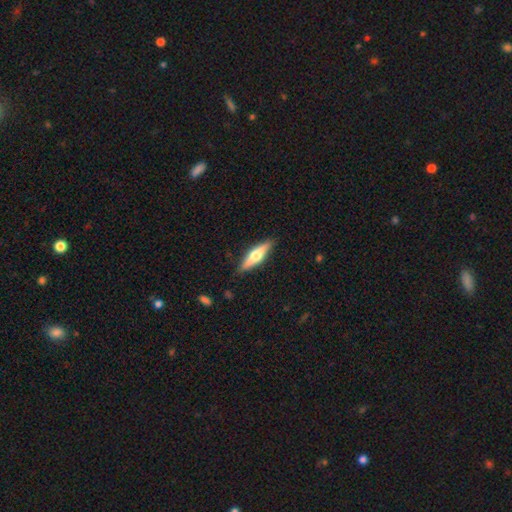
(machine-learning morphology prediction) type=featured or disk (56%); edge-on=yes (95%); edge-on bulge=rounded (93%); merging=none (88%).